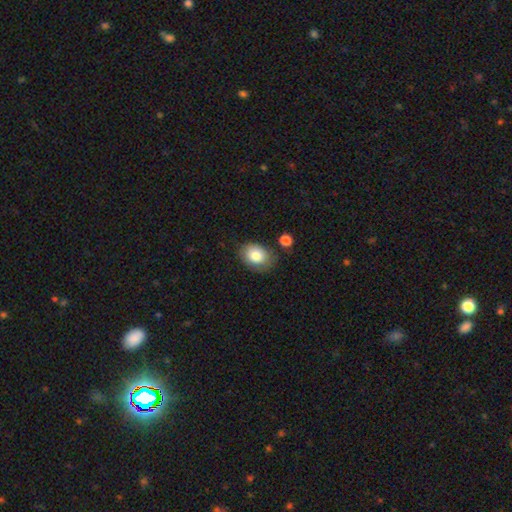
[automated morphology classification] smooth-or-featured: smooth: 82% | featured or disk: 10% | star or artifact: 8%
  how-rounded: in between: 71% | round: 28% | cigar-shaped: 1%
  merging: none: 72% | minor disturbance: 18% | major disturbance: 5% | merger: 4%